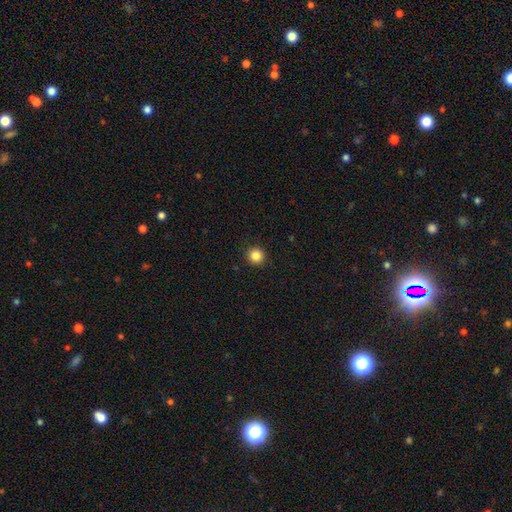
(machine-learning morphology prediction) smooth-or-featured: smooth: 86% | star or artifact: 10% | featured or disk: 4%
  how-rounded: round: 93% | in between: 6% | cigar-shaped: 1%
  merging: none: 92% | minor disturbance: 5% | major disturbance: 2% | merger: 1%